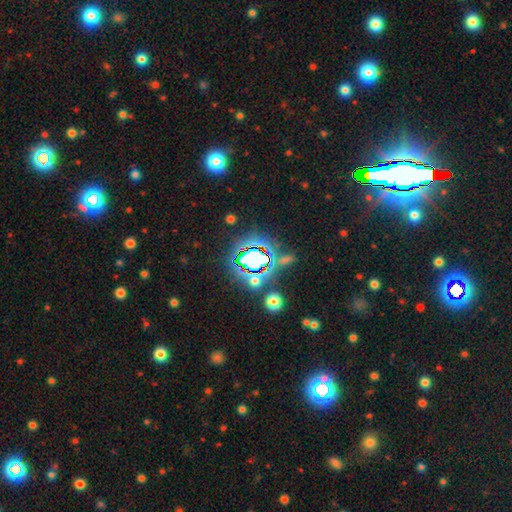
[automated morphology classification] Smooth or featured?
  - star or artifact: 81% *
  - smooth: 11%
  - featured or disk: 8%